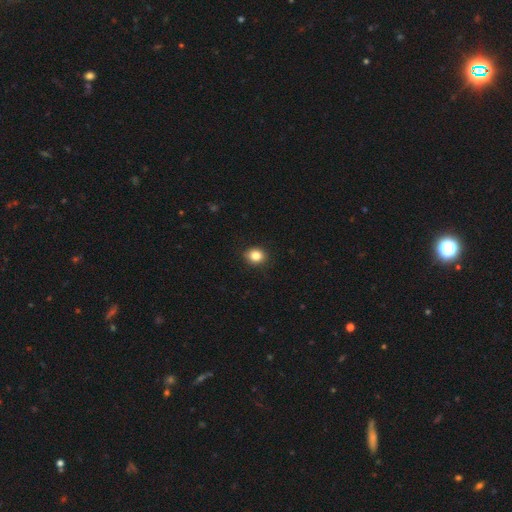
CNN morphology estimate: A smooth galaxy with no disk features (84%) that is round (66%).

Vote fractions:
- Smooth or featured? smooth: 84% / star or artifact: 10% / featured or disk: 5%
- How rounded? round: 66% / in between: 34% / cigar-shaped: 1%
- Merging? none: 90% / minor disturbance: 7% / major disturbance: 2% / merger: 1%